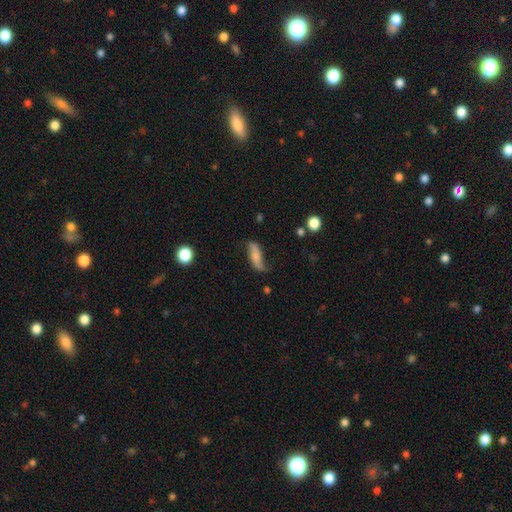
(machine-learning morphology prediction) smooth-or-featured: featured or disk: 54% | smooth: 38% | star or artifact: 8%
  disk-edge-on: no: 77% | yes: 23%
  merging: none: 59% | minor disturbance: 27% | major disturbance: 11% | merger: 3%